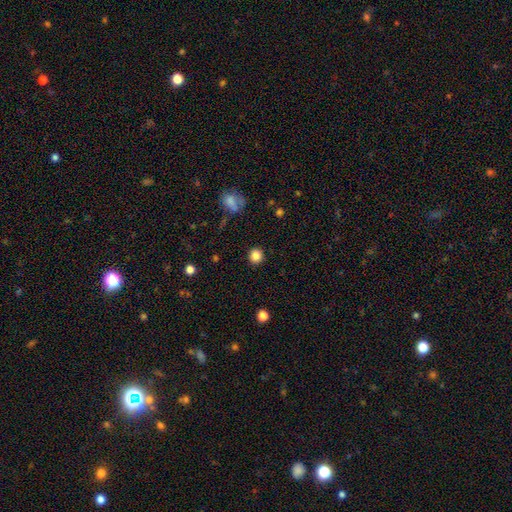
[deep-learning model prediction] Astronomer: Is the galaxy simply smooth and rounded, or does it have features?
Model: smooth — 85%.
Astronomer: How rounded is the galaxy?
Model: round — 91%.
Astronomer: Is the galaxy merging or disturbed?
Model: none — 91%.